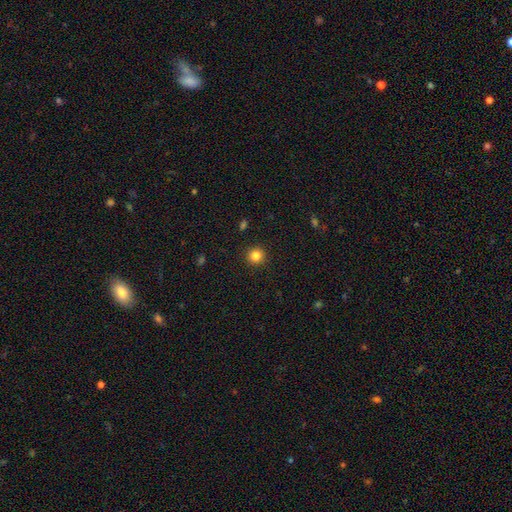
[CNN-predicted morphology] Smooth or featured? smooth (83%)
How rounded? round (95%)
Merging? none (93%)